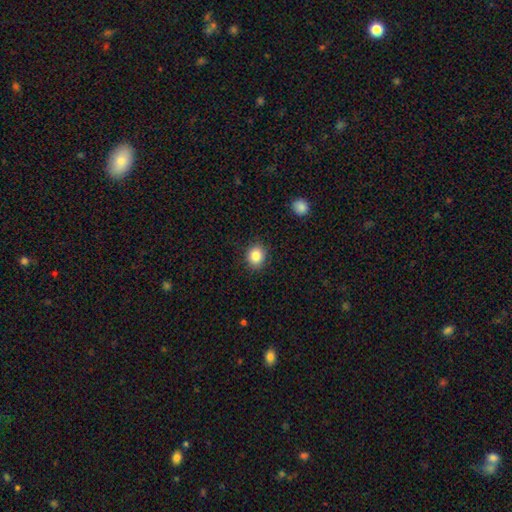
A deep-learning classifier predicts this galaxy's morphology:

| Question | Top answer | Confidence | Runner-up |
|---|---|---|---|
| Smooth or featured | smooth | 86% | star or artifact (9%) |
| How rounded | round | 71% | in between (28%) |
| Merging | none | 88% | minor disturbance (9%) |